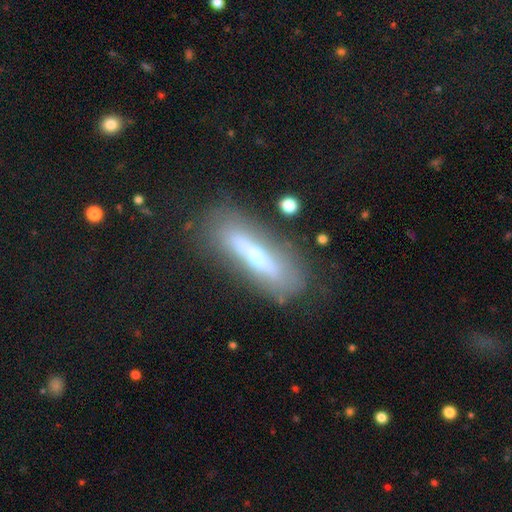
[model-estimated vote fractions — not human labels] smooth-or-featured: featured or disk: 48% | smooth: 43% | star or artifact: 10%
  merging: none: 65% | minor disturbance: 19% | major disturbance: 10% | merger: 5%